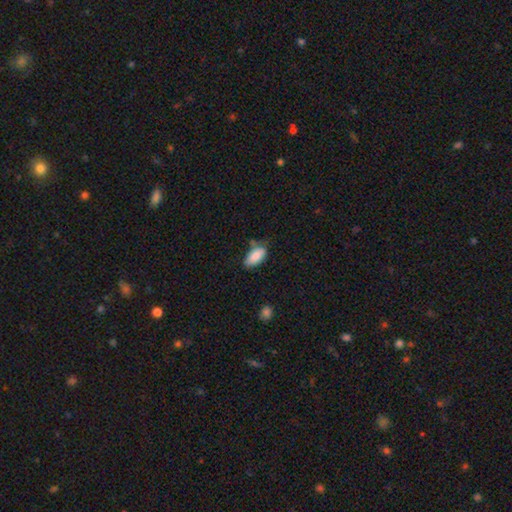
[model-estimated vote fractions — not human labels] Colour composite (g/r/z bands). It shows a smooth galaxy with no disk features (87%) that is in between round and cigar-shaped (92%). Merging: none (60%).